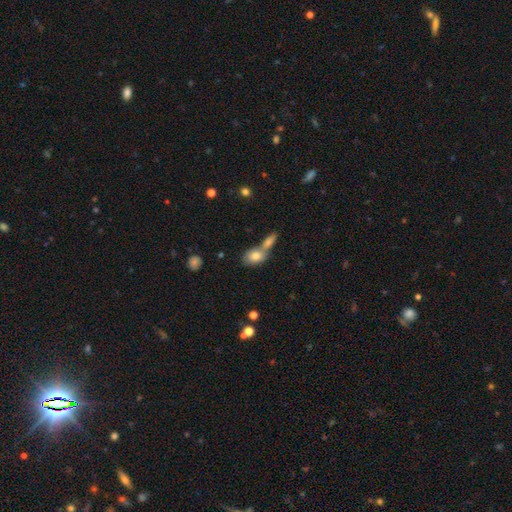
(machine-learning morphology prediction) This appears to be a smooth galaxy with no disk features (80%) that is in between round and cigar-shaped (81%). Merging: merger (54%).